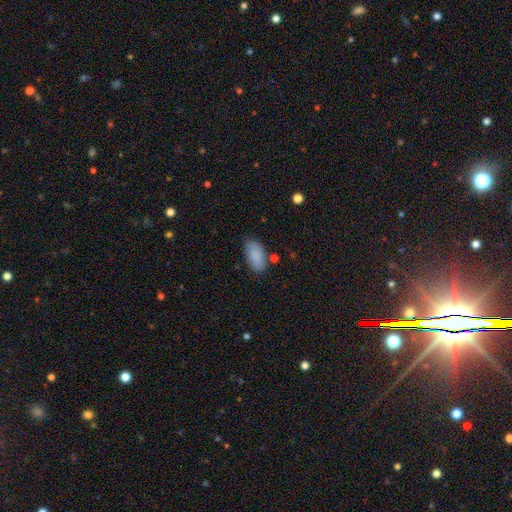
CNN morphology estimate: Smooth or featured?
  - smooth: 88% *
  - star or artifact: 7%
  - featured or disk: 5%
How rounded?
  - in between: 93% *
  - cigar-shaped: 5%
  - round: 3%
Merging?
  - none: 75% *
  - minor disturbance: 17%
  - merger: 4%
  - major disturbance: 4%